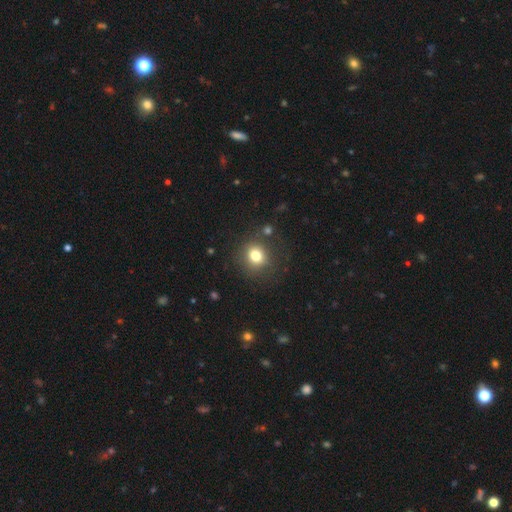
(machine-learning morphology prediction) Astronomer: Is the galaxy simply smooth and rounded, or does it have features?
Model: smooth — 78%.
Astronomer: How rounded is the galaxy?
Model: round — 84%.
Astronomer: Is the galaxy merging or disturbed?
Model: none — 80%.